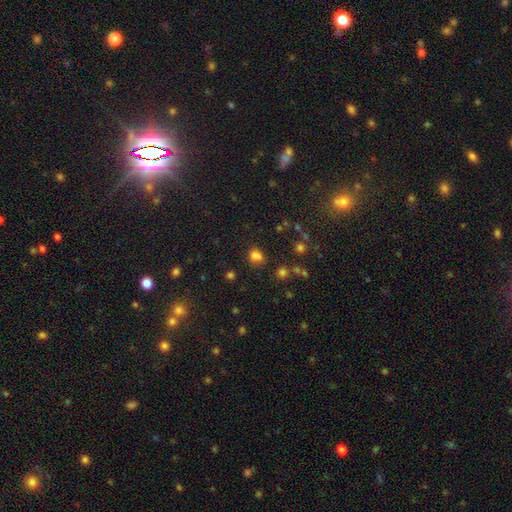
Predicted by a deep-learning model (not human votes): smooth_or_featured: smooth (p=0.74) [alt: star or artifact p=0.20]
how_rounded: round (p=0.57) [alt: in between p=0.42]
merging: none (p=0.66) [alt: minor disturbance p=0.15]